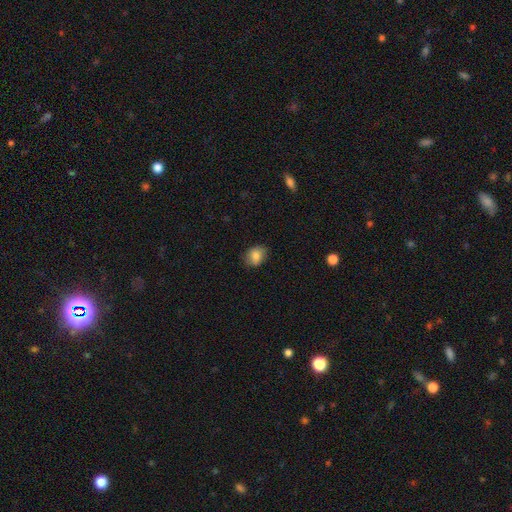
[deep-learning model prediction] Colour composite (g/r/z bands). It shows a smooth galaxy with no disk features (83%) that is in between round and cigar-shaped (58%). Merging: none (81%).